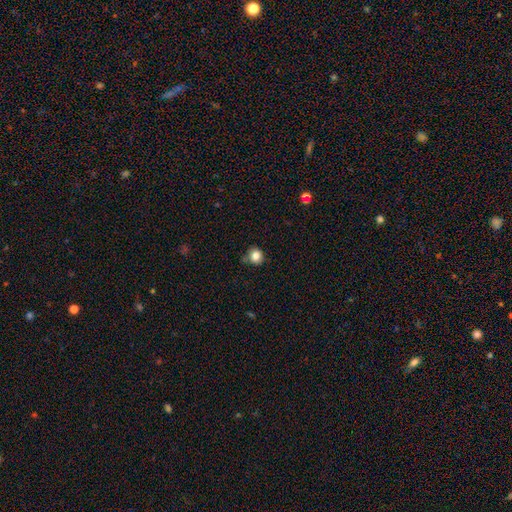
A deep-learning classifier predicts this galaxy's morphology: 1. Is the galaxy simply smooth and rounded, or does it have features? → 82% smooth, 11% star or artifact, 7% featured or disk.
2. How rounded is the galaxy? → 86% round, 13% in between, 1% cigar-shaped.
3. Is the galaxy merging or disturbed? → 73% none, 19% minor disturbance, 4% merger, 4% major disturbance.